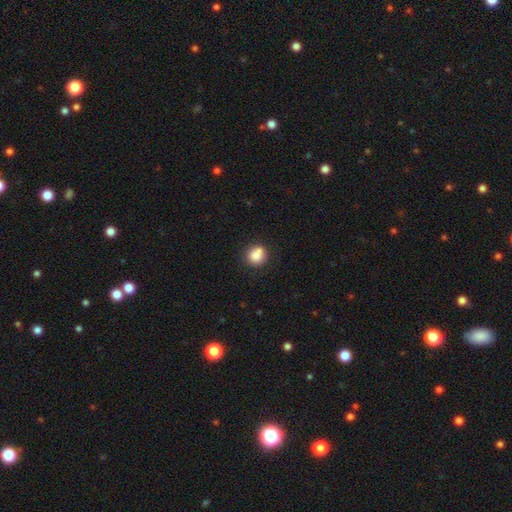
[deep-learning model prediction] A smooth galaxy with no disk features (82%) that is round (82%).

Vote fractions:
- Smooth or featured? smooth: 82% / star or artifact: 10% / featured or disk: 9%
- How rounded? round: 82% / in between: 17% / cigar-shaped: 1%
- Merging? none: 64% / merger: 17% / minor disturbance: 15% / major disturbance: 4%